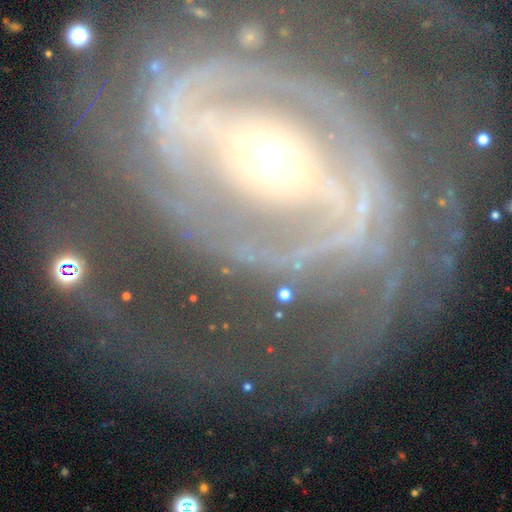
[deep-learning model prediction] smooth-or-featured: featured or disk: 89% | smooth: 6% | star or artifact: 6%
  disk-edge-on: no: 96% | yes: 4%
    bar: strong: 46% | no: 27% | weak: 27%
    has-spiral-arms: yes: 91% | no: 9%
      spiral-winding: tight: 53% | medium: 33% | loose: 14%
      spiral-arm-count: 2: 41% | can't tell: 22% | 3: 13% | 4: 9% | 1: 8% | more than 4: 8%
    bulge-size: small: 64% | moderate: 29% | large: 4% | dominant: 2% | none: 1%
  merging: none: 58% | major disturbance: 22% | minor disturbance: 16% | merger: 3%